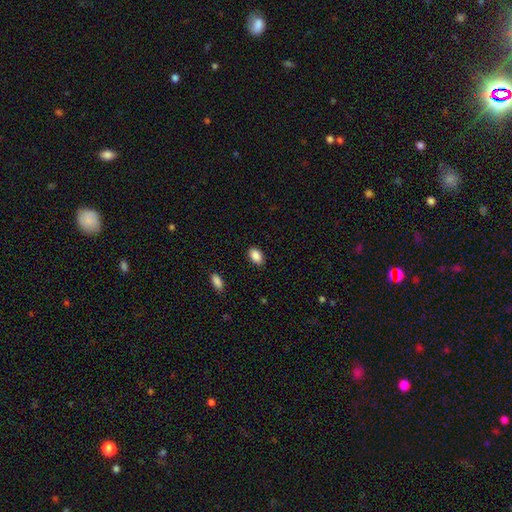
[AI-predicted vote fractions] This is clearly a smooth galaxy (89%). How rounded: clearly in between (88%). Merging: clearly none (87%).